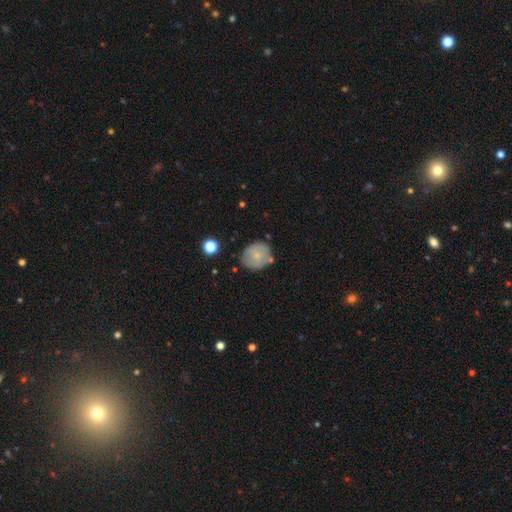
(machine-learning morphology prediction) Overall: smooth (63%; featured or disk 29%). How rounded: round (80%). Merging: none (70%).